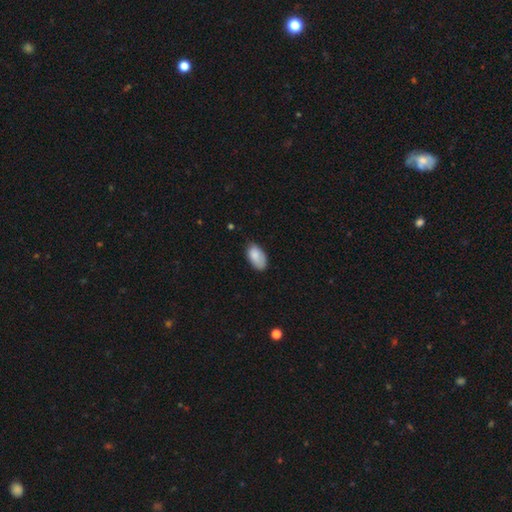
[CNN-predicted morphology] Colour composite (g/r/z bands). It shows a smooth galaxy with no disk features (86%) that is in between round and cigar-shaped (95%). Merging: none (67%).